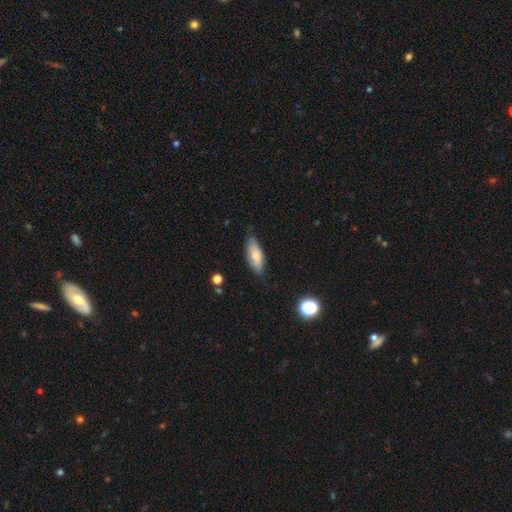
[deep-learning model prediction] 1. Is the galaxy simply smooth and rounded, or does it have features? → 73% smooth, 20% featured or disk, 7% star or artifact.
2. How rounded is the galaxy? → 73% in between, 25% cigar-shaped, 2% round.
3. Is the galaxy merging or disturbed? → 73% none, 22% minor disturbance, 3% major disturbance, 1% merger.